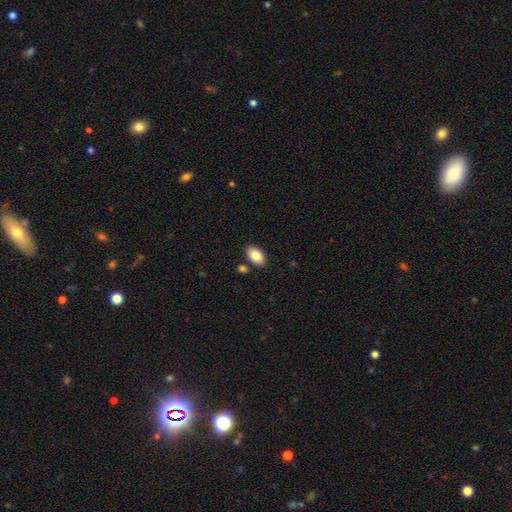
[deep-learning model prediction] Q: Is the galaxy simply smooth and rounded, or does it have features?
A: smooth — 84%.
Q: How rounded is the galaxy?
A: in between — 92%.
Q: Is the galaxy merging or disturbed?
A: none — 84%.